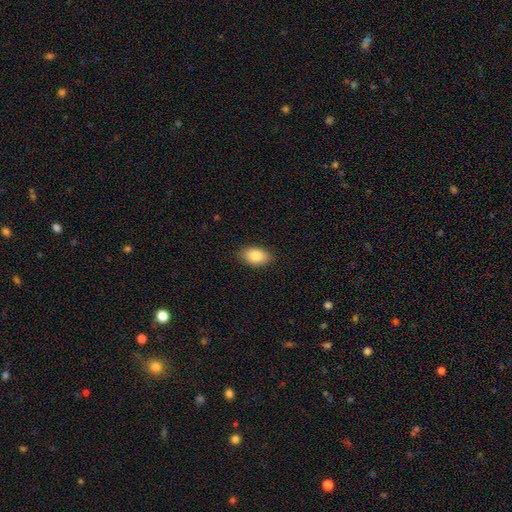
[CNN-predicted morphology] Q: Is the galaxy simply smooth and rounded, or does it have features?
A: smooth — 82%.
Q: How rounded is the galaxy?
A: in between — 91%.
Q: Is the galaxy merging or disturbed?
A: none — 87%.